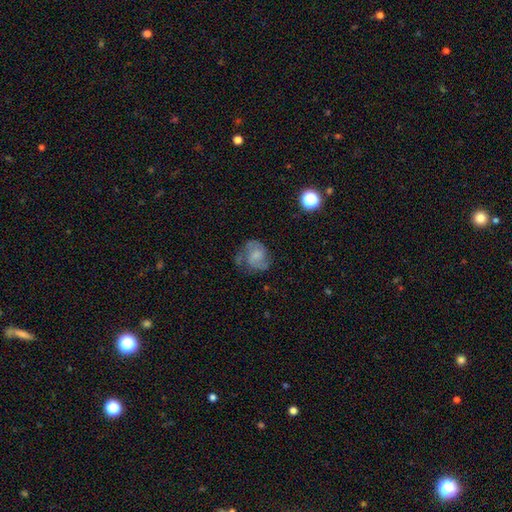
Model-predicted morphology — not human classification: featured or disk 58%, smooth 33%, star or artifact 9%. Down the decision tree: edge-on disk — no (98%); bar — no (56%); spiral arms — yes (84%); bulge size — none (34%); merging — none (51%).